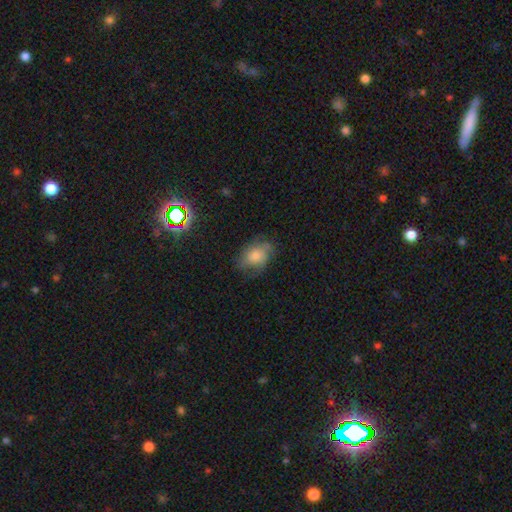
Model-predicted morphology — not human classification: The model was most divided on "smooth or featured": smooth: 50%, featured or disk: 36%, star or artifact: 14%. More confident: how rounded — in between (72%); merging — none (62%).